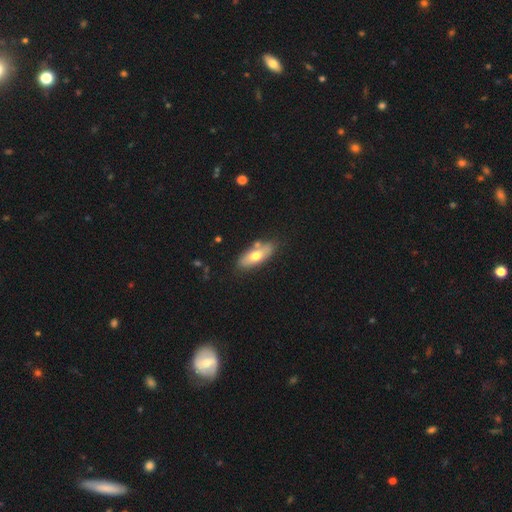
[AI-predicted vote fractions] smooth 63%, featured or disk 31%, star or artifact 6%. Down the decision tree: how rounded — in between (75%); merging — none (75%).